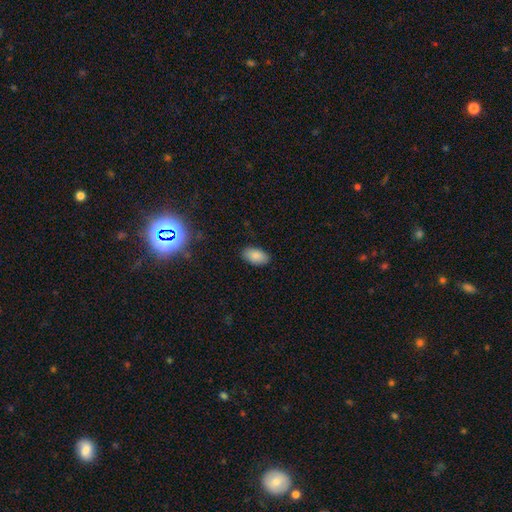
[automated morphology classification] Smooth or featured? Predicted: smooth (p=0.86). How rounded? Predicted: in between (p=0.94). Merging? Predicted: none (p=0.87).